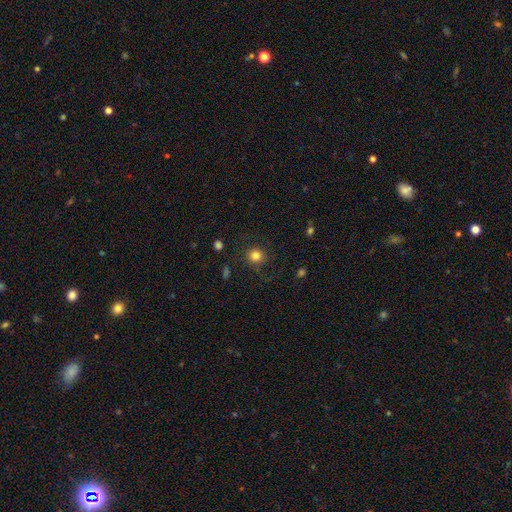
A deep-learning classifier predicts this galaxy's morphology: Smooth or featured: smooth — 81% (star or artifact — 12%)
How rounded: round — 90% (in between — 9%)
Merging: none — 80% (minor disturbance — 11%)